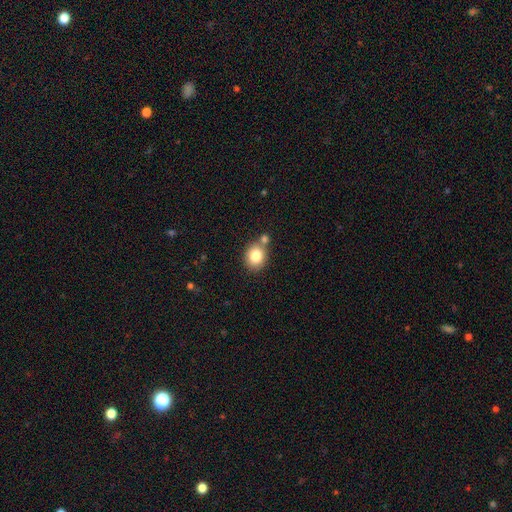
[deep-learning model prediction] smooth 82%, star or artifact 10%, featured or disk 9%. Down the decision tree: how rounded — round (67%); merging — none (64%).